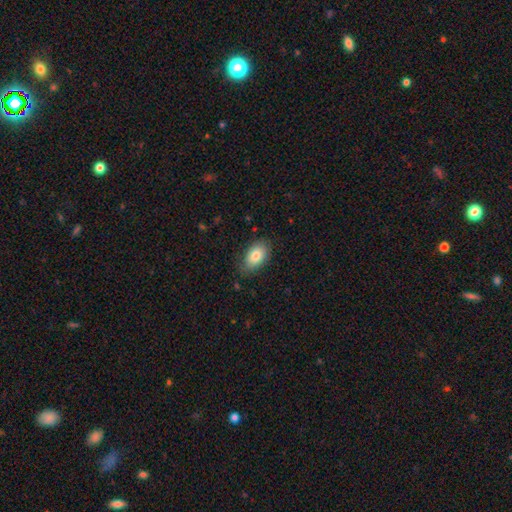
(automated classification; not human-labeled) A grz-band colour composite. It shows a smooth galaxy with no disk features (82%) that is in between round and cigar-shaped (92%). Merging: none (77%).